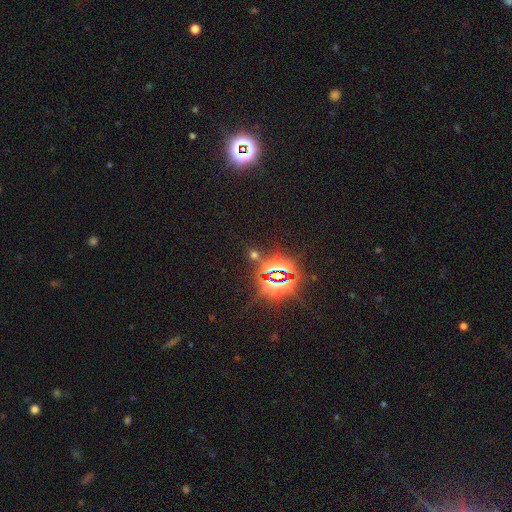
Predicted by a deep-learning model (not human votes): Smooth or featured: star or artifact — 82% (smooth — 11%)